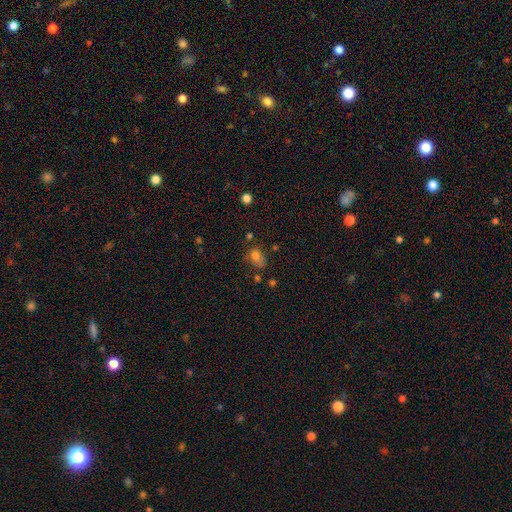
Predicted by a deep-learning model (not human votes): Overall: smooth (74%). How rounded: in between (72%). Merging: none (43%; minor disturbance 30%).